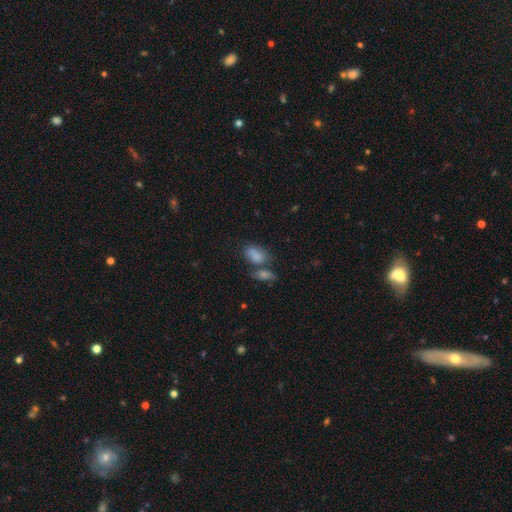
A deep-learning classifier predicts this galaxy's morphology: Smooth or featured: smooth — 71% (star or artifact — 16%)
How rounded: in between — 85% (round — 11%)
Merging: none — 42% (merger — 36%)